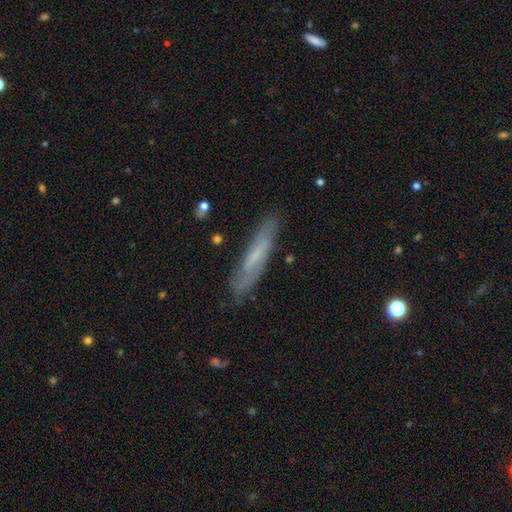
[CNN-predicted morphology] Q: Smooth or featured?
A: featured or disk (49%); runner-up: smooth (44%)
Q: Merging?
A: none (78%); runner-up: minor disturbance (16%)